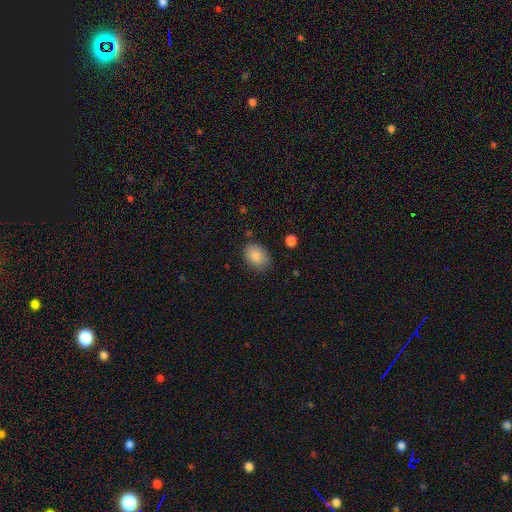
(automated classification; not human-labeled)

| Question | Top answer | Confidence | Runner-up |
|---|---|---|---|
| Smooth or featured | smooth | 86% | star or artifact (8%) |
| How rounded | in between | 75% | round (24%) |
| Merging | none | 80% | minor disturbance (15%) |